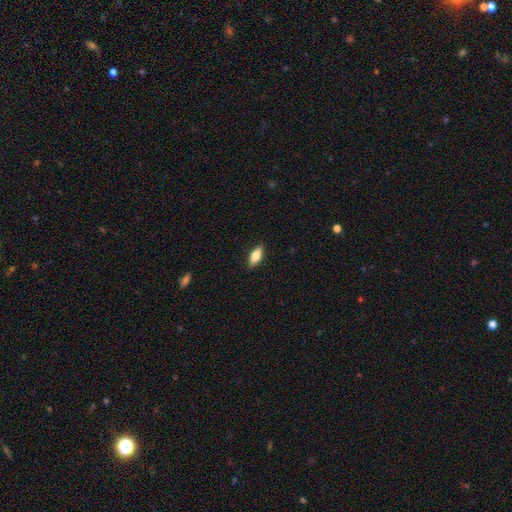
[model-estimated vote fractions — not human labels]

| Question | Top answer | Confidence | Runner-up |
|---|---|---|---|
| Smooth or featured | smooth | 70% | featured or disk (23%) |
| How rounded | in between | 76% | cigar-shaped (21%) |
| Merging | none | 88% | minor disturbance (9%) |